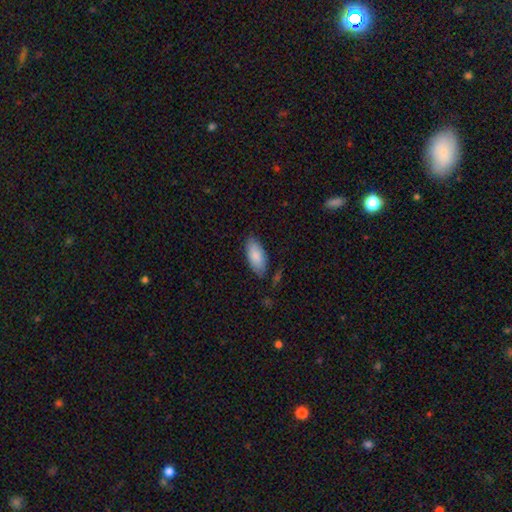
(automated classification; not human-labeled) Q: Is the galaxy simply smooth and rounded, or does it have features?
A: smooth — 84%.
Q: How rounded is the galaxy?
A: in between — 91%.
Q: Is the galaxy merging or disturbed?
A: none — 78%.